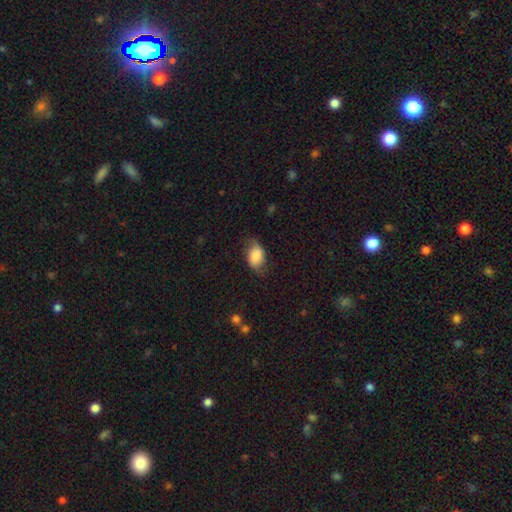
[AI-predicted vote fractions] smooth 77%, featured or disk 15%, star or artifact 8%. Down the decision tree: how rounded — in between (87%); merging — none (59%).